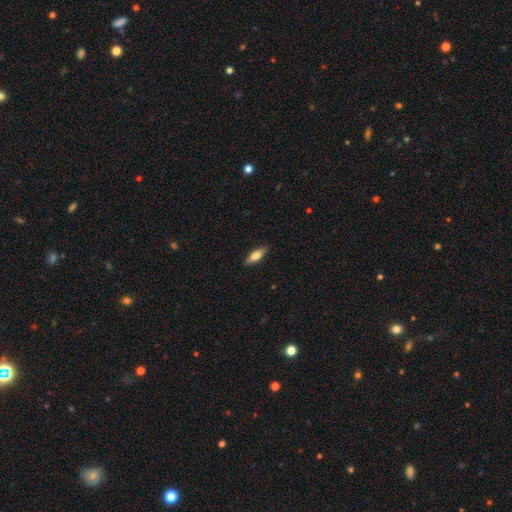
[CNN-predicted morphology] Smooth or featured? smooth (67%)
How rounded? in between (59%)
Merging? none (88%)